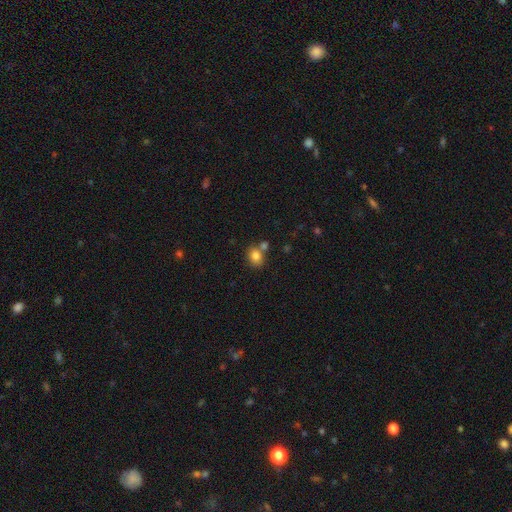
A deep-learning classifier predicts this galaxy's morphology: This appears to be a smooth galaxy with no disk features (82%) that is round (56%). Merging: none (61%).